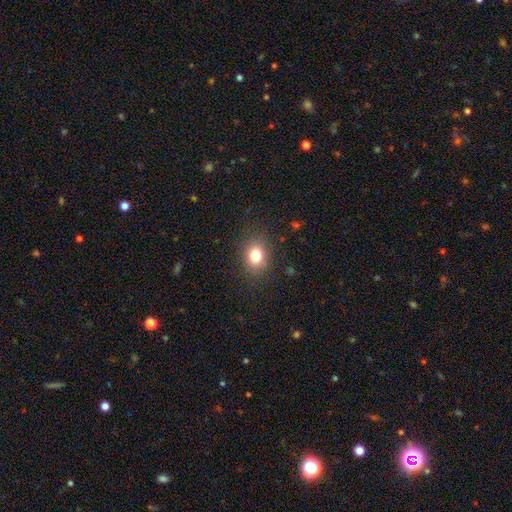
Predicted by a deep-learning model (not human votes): smooth 80%, star or artifact 11%, featured or disk 9%. Down the decision tree: how rounded — in between (58%); merging — none (84%).